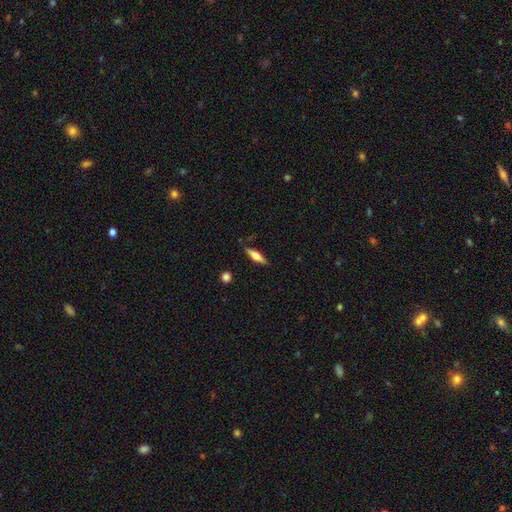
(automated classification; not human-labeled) smooth 55%, featured or disk 38%, star or artifact 6%. Down the decision tree: how rounded — cigar-shaped (62%); merging — none (85%).